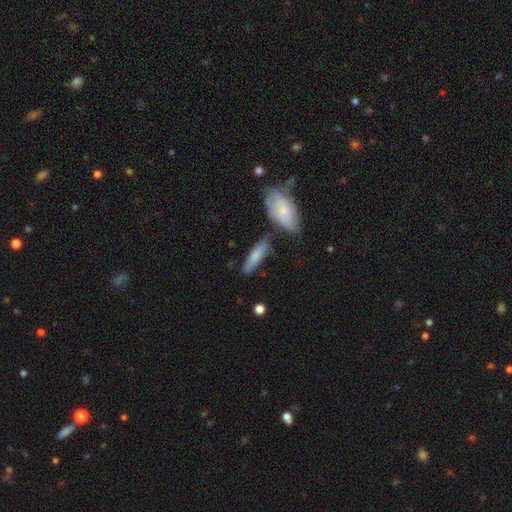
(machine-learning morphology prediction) Smooth or featured? smooth (67%)
How rounded? cigar-shaped (61%)
Merging? none (62%)